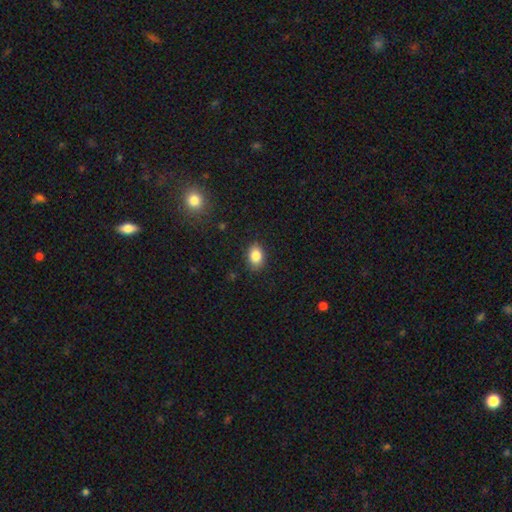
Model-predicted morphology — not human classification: This appears to be a smooth galaxy with no disk features (85%) that is in between round and cigar-shaped (74%). Merging: none (86%).